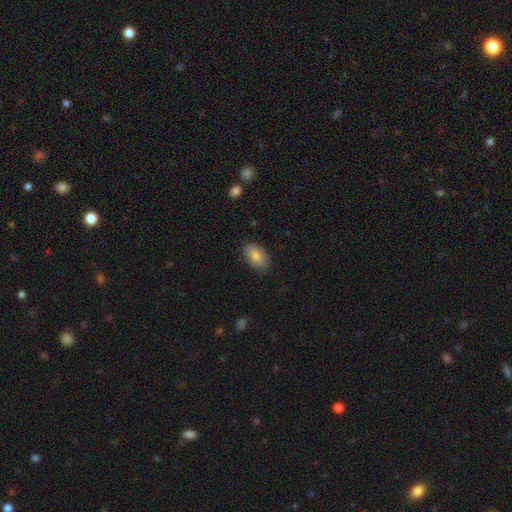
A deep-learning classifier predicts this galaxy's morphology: smooth_or_featured: smooth (p=0.81) [alt: featured or disk p=0.12]
how_rounded: in between (p=0.92) [alt: round p=0.06]
merging: none (p=0.85) [alt: minor disturbance p=0.11]